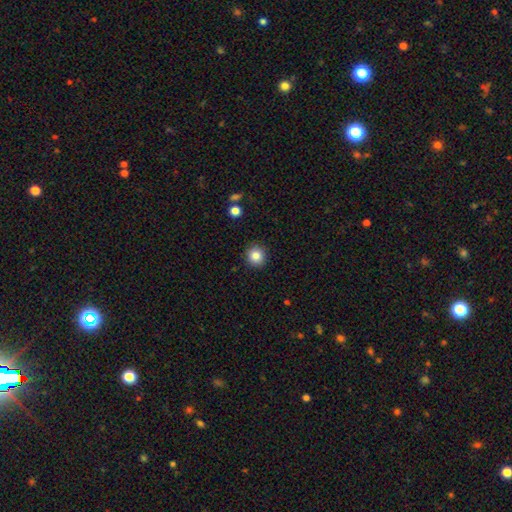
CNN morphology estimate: This appears to be a smooth galaxy with no disk features (83%) that is round (92%). Merging: none (91%).